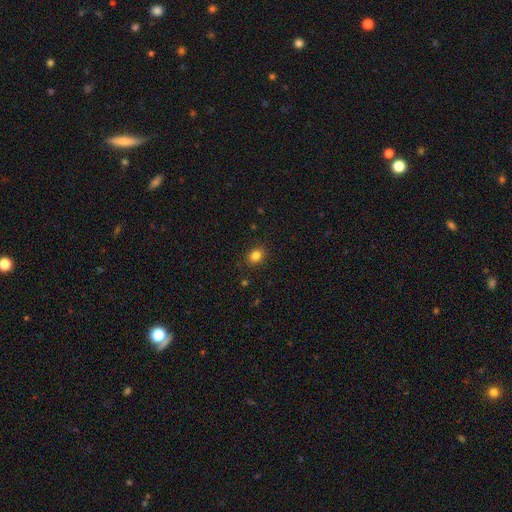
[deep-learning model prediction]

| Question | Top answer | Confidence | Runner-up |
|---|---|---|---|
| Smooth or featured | smooth | 83% | star or artifact (12%) |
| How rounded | round | 63% | in between (36%) |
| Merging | none | 89% | minor disturbance (8%) |